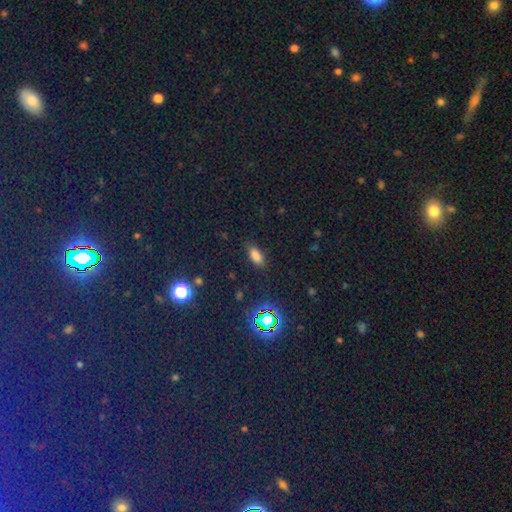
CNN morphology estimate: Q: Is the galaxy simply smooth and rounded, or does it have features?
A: smooth — 74%.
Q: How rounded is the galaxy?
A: in between — 85%.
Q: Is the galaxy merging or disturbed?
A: none — 85%.